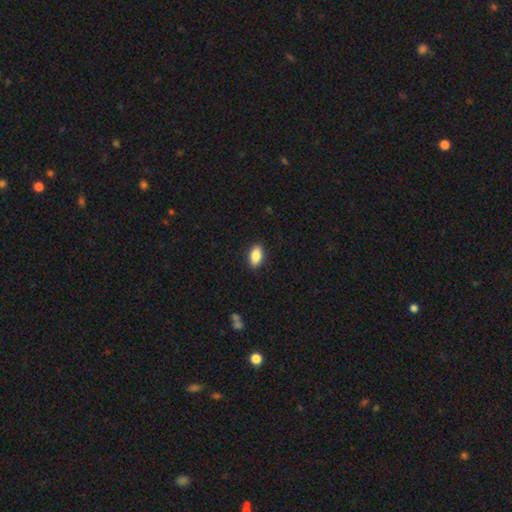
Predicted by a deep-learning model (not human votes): Smooth or featured? Predicted: smooth (p=0.87). How rounded? Predicted: in between (p=0.91). Merging? Predicted: none (p=0.88).